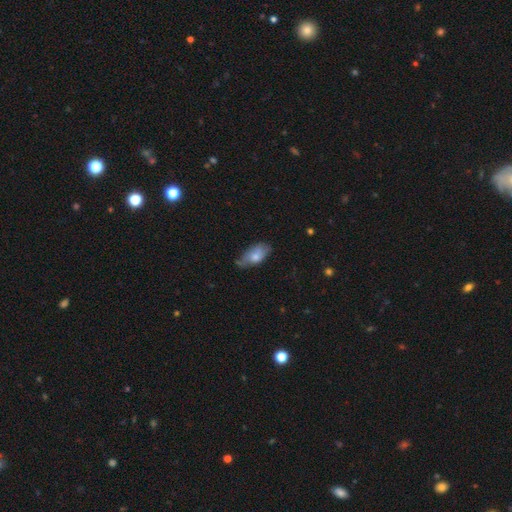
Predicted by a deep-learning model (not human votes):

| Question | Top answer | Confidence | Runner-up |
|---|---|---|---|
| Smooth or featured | smooth | 69% | featured or disk (24%) |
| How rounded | in between | 89% | cigar-shaped (7%) |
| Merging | none | 49% | minor disturbance (38%) |